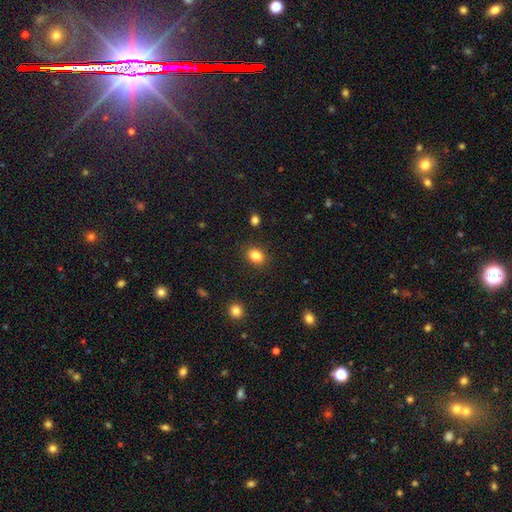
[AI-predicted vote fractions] Morphology: type=smooth (85%); roundness=in between (55%); merging=none (88%).